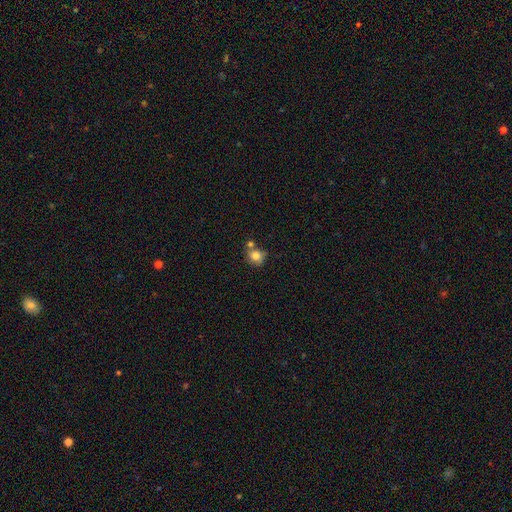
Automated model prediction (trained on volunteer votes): smooth-or-featured: smooth: 80% | star or artifact: 10% | featured or disk: 10%
  how-rounded: round: 79% | in between: 20% | cigar-shaped: 1%
  merging: none: 55% | merger: 26% | minor disturbance: 14% | major disturbance: 4%